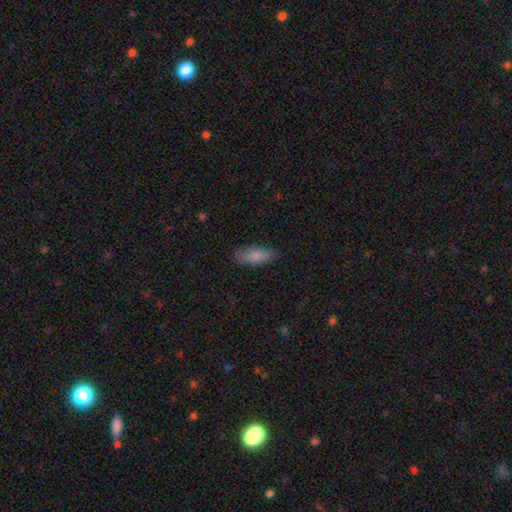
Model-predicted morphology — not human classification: Smooth or featured: smooth — 86% (featured or disk — 8%)
How rounded: in between — 81% (cigar-shaped — 17%)
Merging: none — 84% (minor disturbance — 12%)